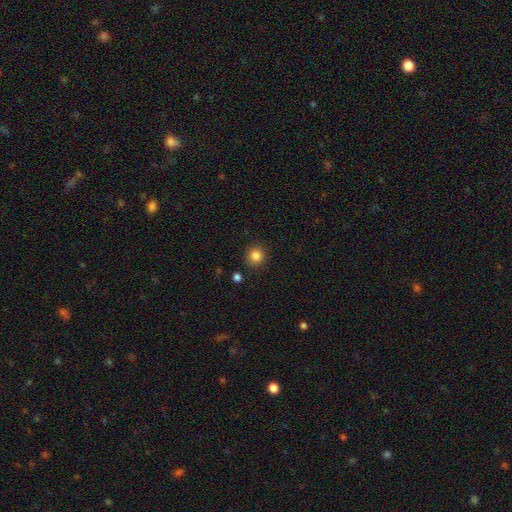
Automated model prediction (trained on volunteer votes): smooth 85%, star or artifact 11%, featured or disk 4%. Down the decision tree: how rounded — round (93%); merging — none (90%).